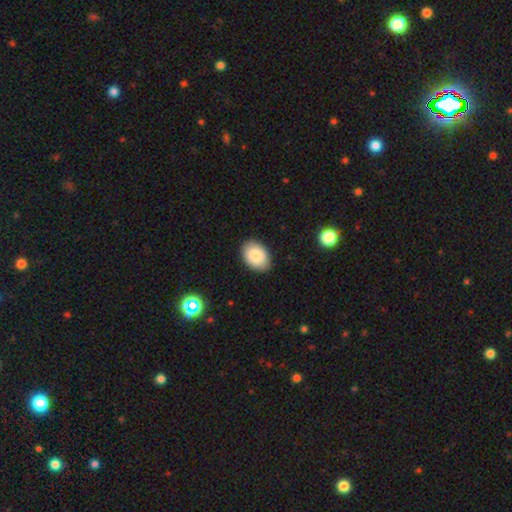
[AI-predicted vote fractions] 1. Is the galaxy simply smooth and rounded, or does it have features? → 86% smooth, 7% featured or disk, 7% star or artifact.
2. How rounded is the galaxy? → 83% in between, 16% round, 1% cigar-shaped.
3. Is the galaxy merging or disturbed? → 88% none, 9% minor disturbance, 2% major disturbance, 1% merger.